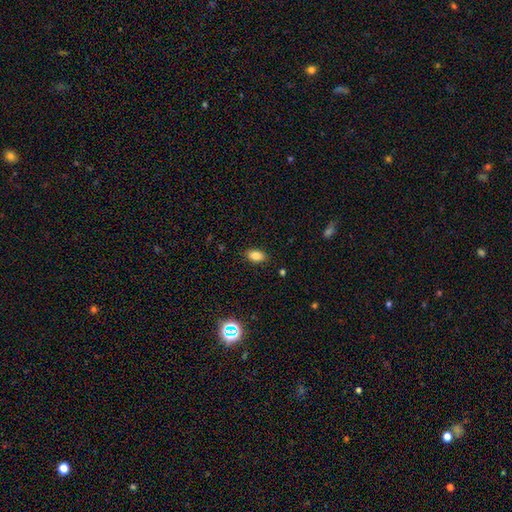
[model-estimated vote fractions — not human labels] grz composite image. It shows a smooth galaxy with no disk features (82%) that is in between round and cigar-shaped (88%). Merging: none (87%).